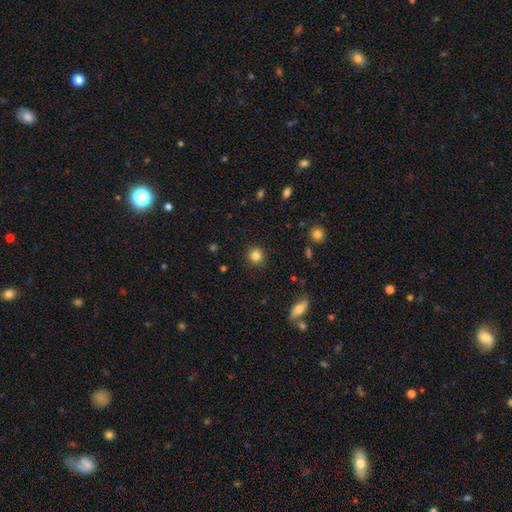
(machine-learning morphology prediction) smooth 84%, star or artifact 11%, featured or disk 5%. Down the decision tree: how rounded — round (93%); merging — none (91%).